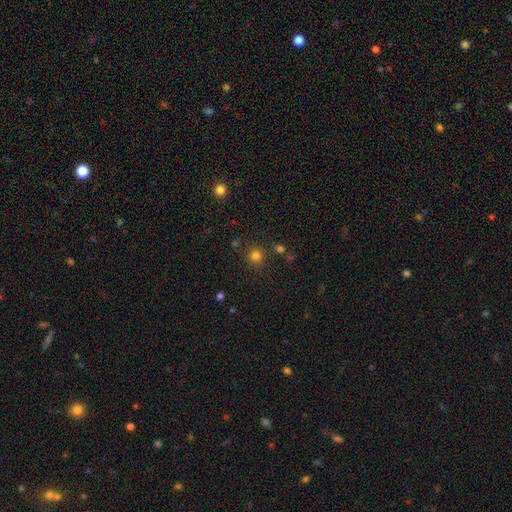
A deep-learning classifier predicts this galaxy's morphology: Smooth or featured? smooth (80%)
How rounded? round (92%)
Merging? none (84%)